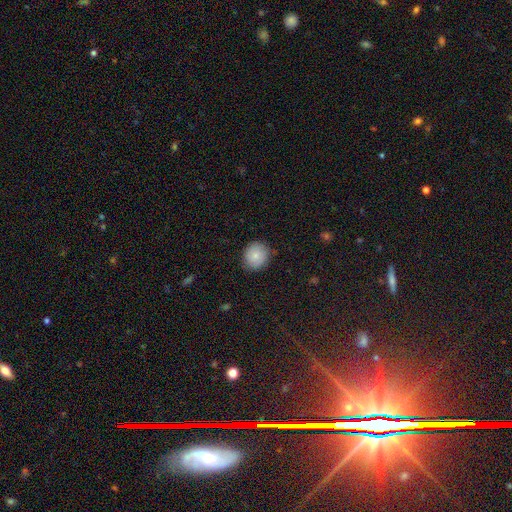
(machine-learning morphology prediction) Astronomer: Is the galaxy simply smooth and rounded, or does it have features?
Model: smooth — 76%.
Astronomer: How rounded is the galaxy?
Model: round — 84%.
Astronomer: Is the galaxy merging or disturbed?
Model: none — 85%.